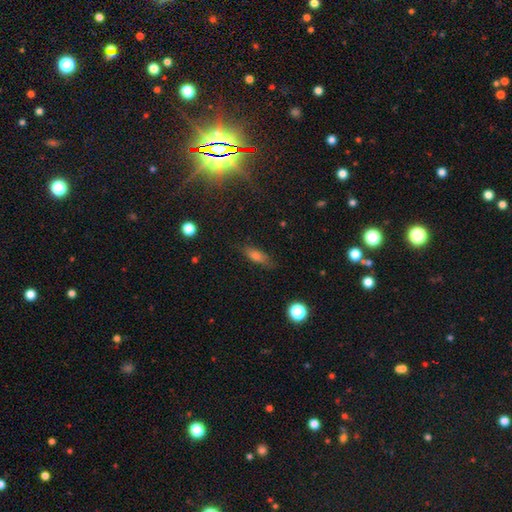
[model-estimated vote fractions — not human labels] A smooth galaxy with no disk features (60%) that is in between round and cigar-shaped (53%). Merging: none (81%).